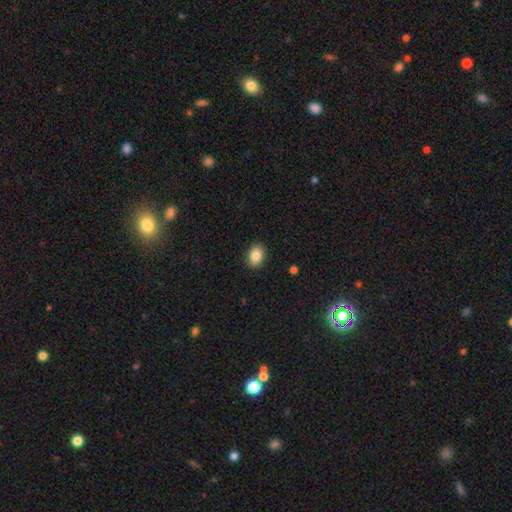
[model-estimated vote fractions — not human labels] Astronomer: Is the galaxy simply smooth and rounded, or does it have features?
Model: smooth — 86%.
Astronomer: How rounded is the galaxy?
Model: in between — 69%.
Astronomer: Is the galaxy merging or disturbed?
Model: none — 89%.